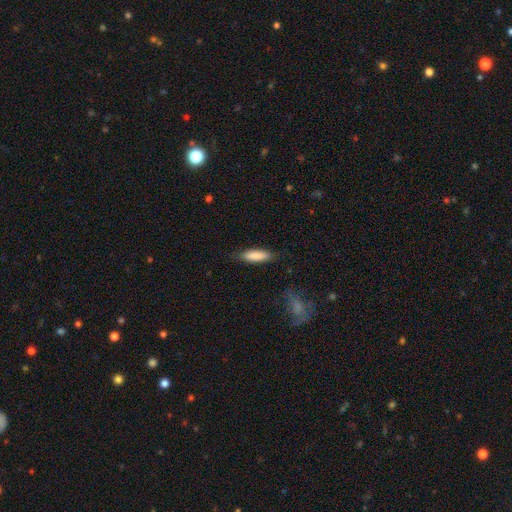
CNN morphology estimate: A smooth galaxy with no disk features (86%) that is cigar-shaped (51%). Merging: none (81%).